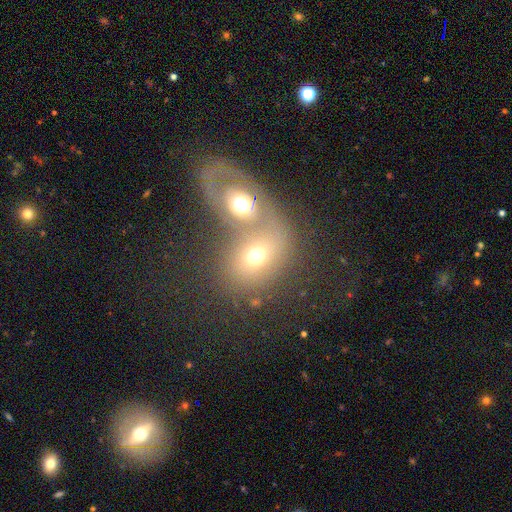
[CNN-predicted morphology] Smooth or featured? smooth (60%)
How rounded? in between (50%)
Merging? merger (65%)